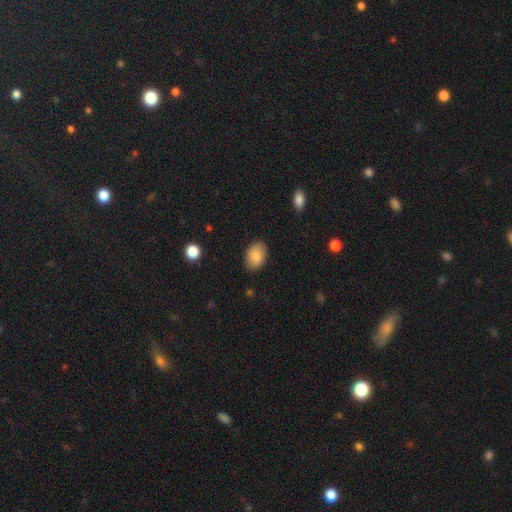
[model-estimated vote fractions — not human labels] This is clearly a smooth galaxy (87%). How rounded: clearly in between (86%). Merging: clearly none (87%).